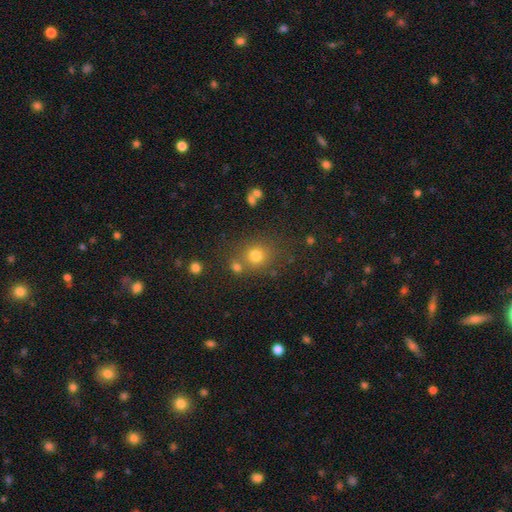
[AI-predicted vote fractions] smooth_or_featured: smooth (p=0.75) [alt: star or artifact p=0.17]
how_rounded: round (p=0.82) [alt: in between p=0.17]
merging: none (p=0.71) [alt: merger p=0.15]